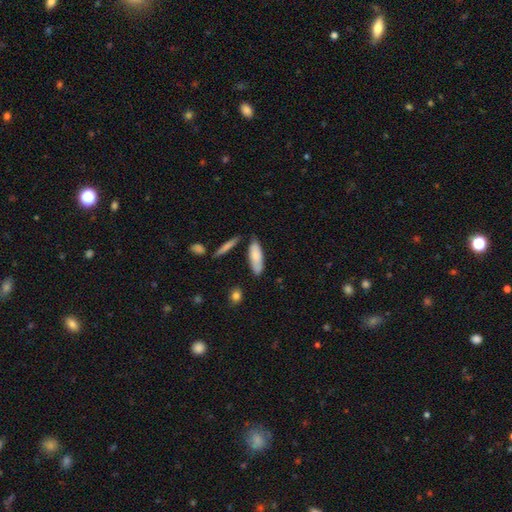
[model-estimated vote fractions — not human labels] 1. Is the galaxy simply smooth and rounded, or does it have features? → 77% smooth, 17% featured or disk, 6% star or artifact.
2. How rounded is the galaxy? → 58% in between, 40% cigar-shaped, 2% round.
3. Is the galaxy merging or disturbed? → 70% none, 20% minor disturbance, 6% merger, 4% major disturbance.